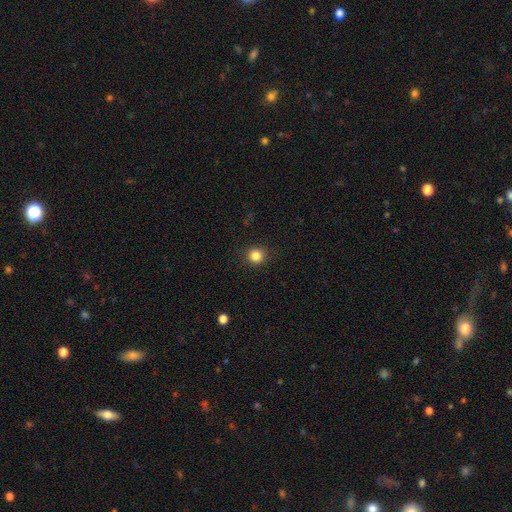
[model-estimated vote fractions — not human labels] This is clearly a smooth galaxy (84%). How rounded: clearly round (92%). Merging: clearly none (90%).